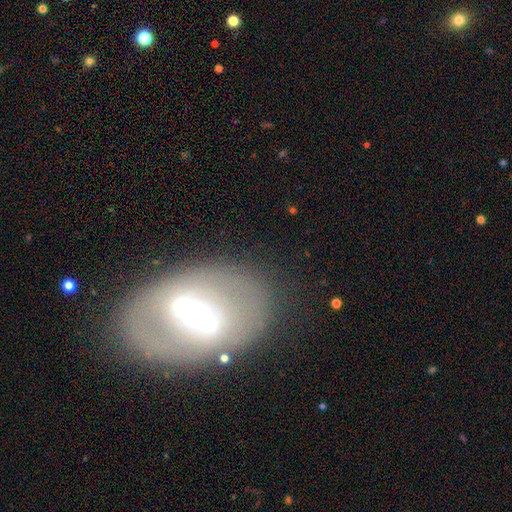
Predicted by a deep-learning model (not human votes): A featured or disk galaxy (66%) with a strong bar (41%), no spiral arms (61%) and a moderate central bulge (55%).

Vote fractions:
- Smooth or featured? featured or disk: 66% / smooth: 26% / star or artifact: 8%
- Edge-on disk? no: 92% / yes: 8%
- Bar? strong: 41% / weak: 39% / no: 20%
- Spiral arms? no: 61% / yes: 39%
- Bulge size? moderate: 55% / small: 34% / large: 8% / dominant: 2% / none: 1%
- Merging? none: 81% / minor disturbance: 11% / major disturbance: 6% / merger: 2%